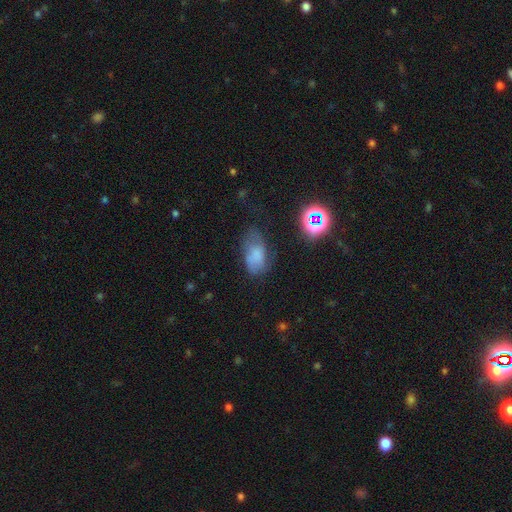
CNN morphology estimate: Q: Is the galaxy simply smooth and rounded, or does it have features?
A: smooth — 63%.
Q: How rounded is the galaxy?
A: in between — 91%.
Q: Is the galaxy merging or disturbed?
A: none — 45%.